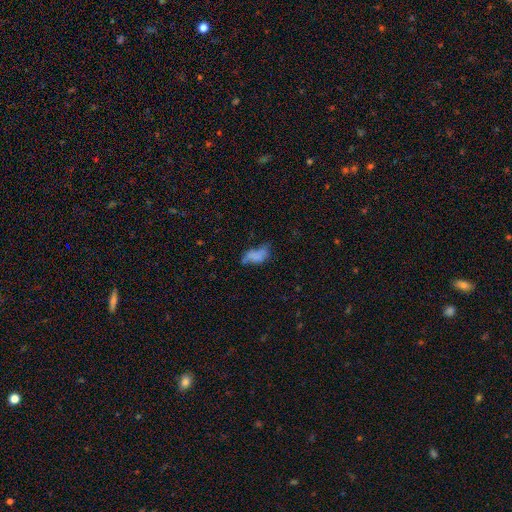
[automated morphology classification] This appears to be a smooth galaxy with no disk features (62%) that is in between round and cigar-shaped (88%). Merging: major disturbance (31%, tied with none).